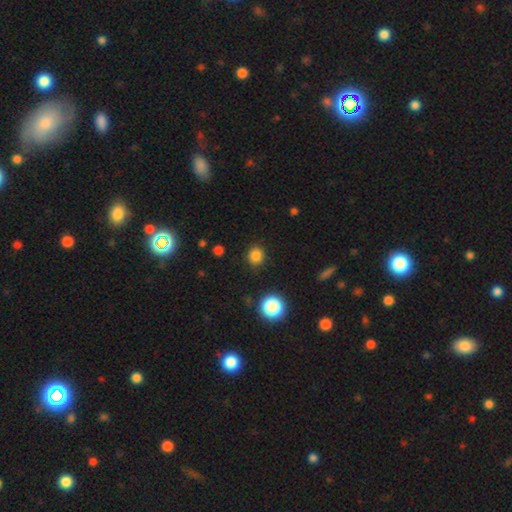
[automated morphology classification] This appears to be a smooth galaxy with no disk features (82%) that is round (90%). Merging: none (89%).